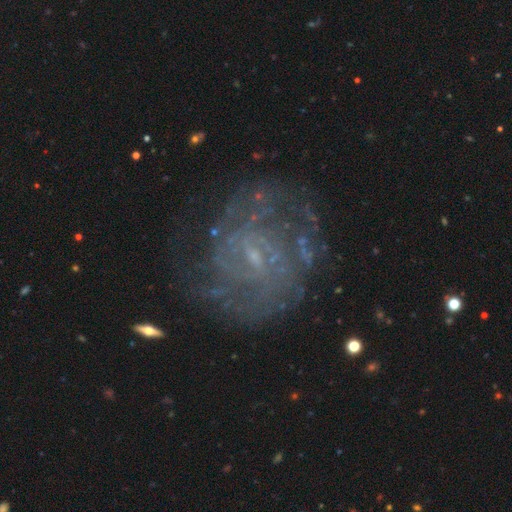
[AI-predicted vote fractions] Q: Smooth or featured?
A: featured or disk (78%); runner-up: star or artifact (12%)
Q: Edge-on disk?
A: no (98%); runner-up: yes (2%)
Q: Bar?
A: no (47%); runner-up: weak (44%)
Q: Spiral arms?
A: yes (85%); runner-up: no (15%)
Q: Spiral winding?
A: tight (57%); runner-up: medium (31%)
Q: Spiral arm count?
A: can't tell (49%); runner-up: 2 (18%)
Q: Bulge size?
A: small (76%); runner-up: none (13%)
Q: Merging?
A: none (72%); runner-up: minor disturbance (15%)